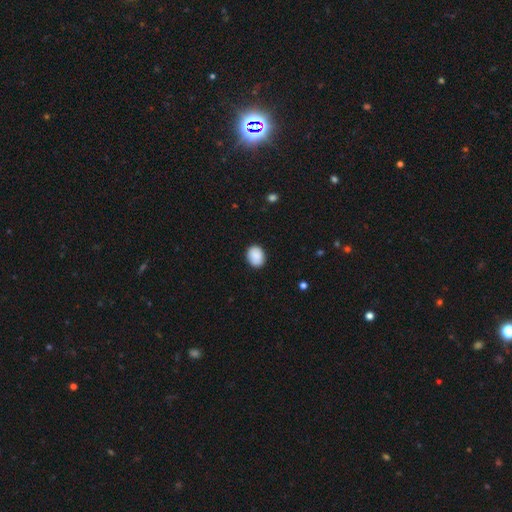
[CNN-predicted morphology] smooth 90%, star or artifact 7%, featured or disk 3%. Down the decision tree: how rounded — in between (55%); merging — none (88%).